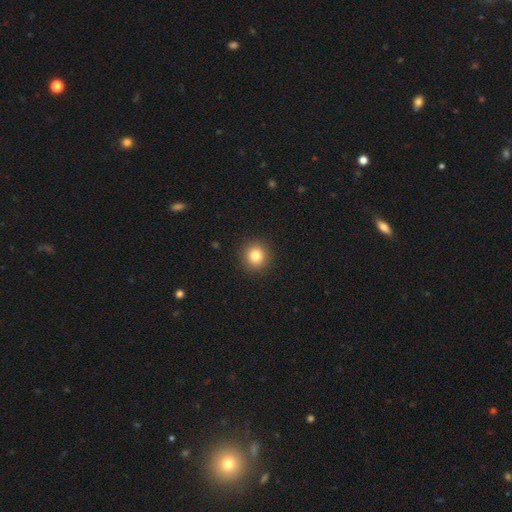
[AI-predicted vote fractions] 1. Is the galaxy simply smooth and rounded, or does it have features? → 82% smooth, 12% star or artifact, 7% featured or disk.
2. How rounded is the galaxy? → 94% round, 5% in between, 1% cigar-shaped.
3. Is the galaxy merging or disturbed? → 92% none, 5% minor disturbance, 2% major disturbance, 1% merger.